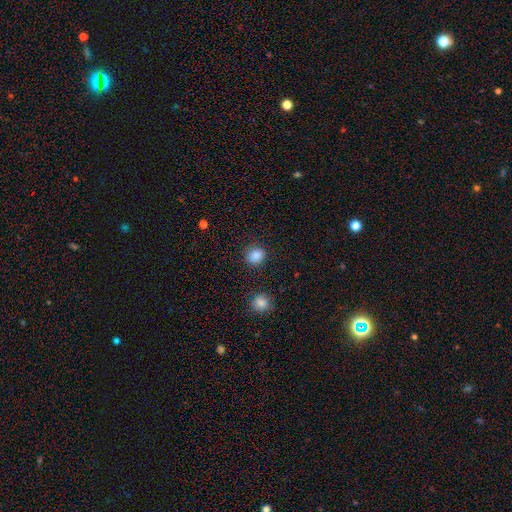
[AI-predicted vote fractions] Smooth or featured? smooth (86%)
How rounded? round (81%)
Merging? none (86%)